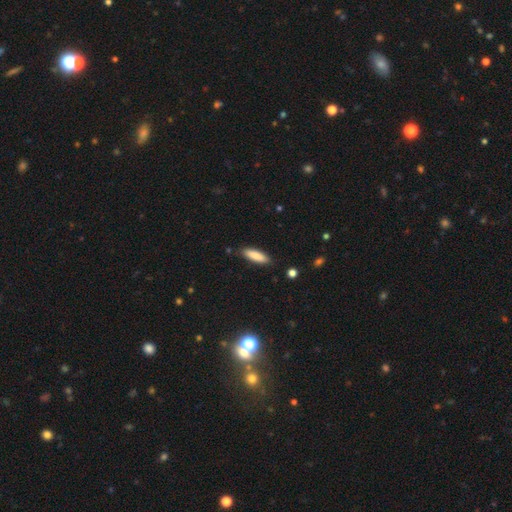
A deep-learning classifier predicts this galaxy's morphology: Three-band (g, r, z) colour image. It shows a smooth galaxy with no disk features (85%) that is cigar-shaped (57%). Merging: none (85%).